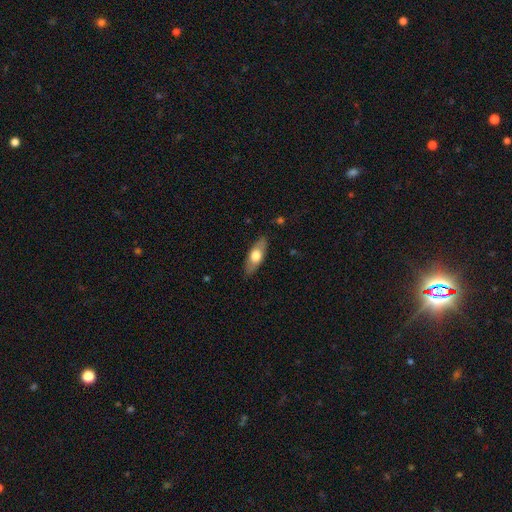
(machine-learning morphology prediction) Smooth or featured? smooth (62%)
How rounded? in between (74%)
Merging? none (85%)